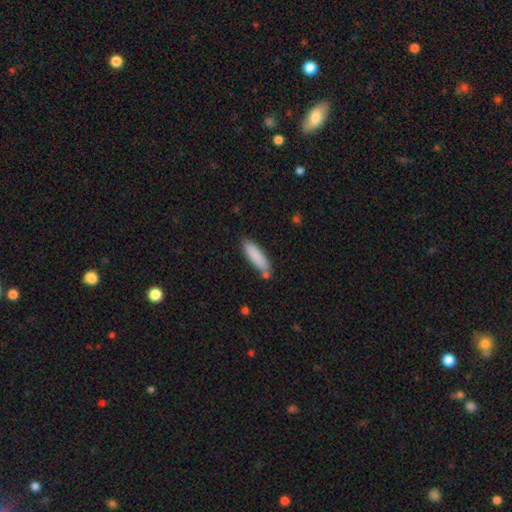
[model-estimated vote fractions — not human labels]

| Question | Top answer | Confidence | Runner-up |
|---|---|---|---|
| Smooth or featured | smooth | 86% | featured or disk (8%) |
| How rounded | cigar-shaped | 58% | in between (41%) |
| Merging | none | 73% | minor disturbance (17%) |